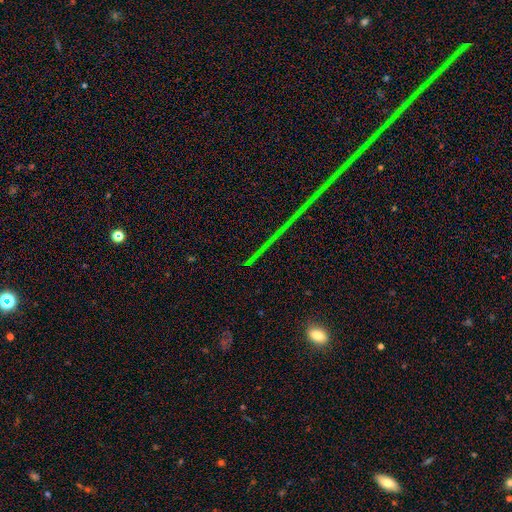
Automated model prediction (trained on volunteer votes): star or artifact 72%, smooth 14%, featured or disk 13%.